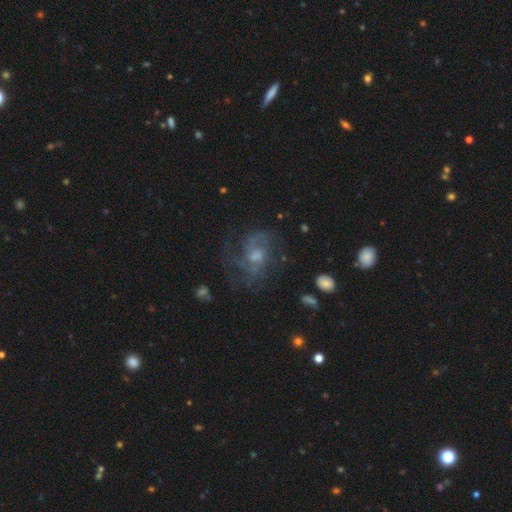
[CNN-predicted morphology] A featured or disk galaxy (77%) with no bar (60%), 2 (32%) medium (48%) spiral arms (93%) and a moderate central bulge (52%).

Vote fractions:
- Smooth or featured? featured or disk: 77% / star or artifact: 13% / smooth: 10%
- Edge-on disk? no: 97% / yes: 3%
- Bar? no: 60% / weak: 34% / strong: 6%
- Spiral arms? yes: 93% / no: 7%
- Spiral winding? medium: 48% / tight: 35% / loose: 17%
- Spiral arm count? 2: 32% / can't tell: 26% / 3: 23% / 4: 7% / 1: 6% / more than 4: 6%
- Bulge size? moderate: 52% / small: 36% / large: 6% / none: 5% / dominant: 1%
- Merging? none: 69% / minor disturbance: 16% / major disturbance: 13% / merger: 2%